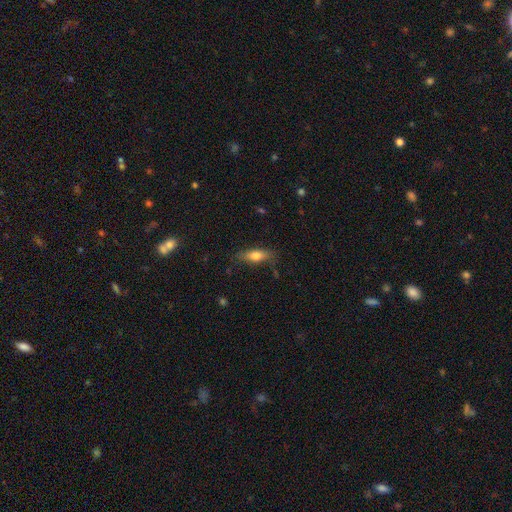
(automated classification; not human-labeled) This is likely a smooth galaxy (71%). How rounded: likely in between (62%). Merging: likely none (78%).